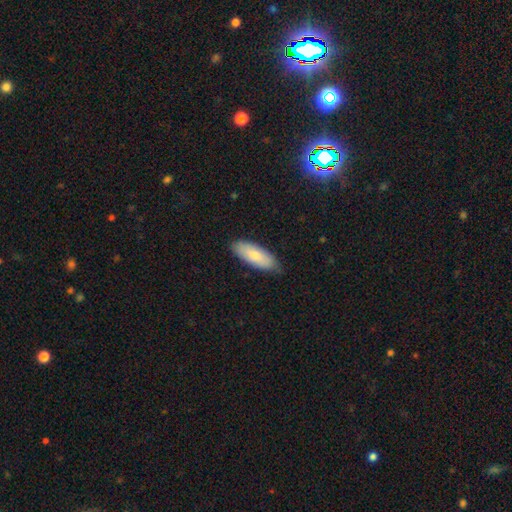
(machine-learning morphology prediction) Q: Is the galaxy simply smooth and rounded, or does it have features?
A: smooth — 78%.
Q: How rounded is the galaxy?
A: in between — 73%.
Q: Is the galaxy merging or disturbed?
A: none — 82%.